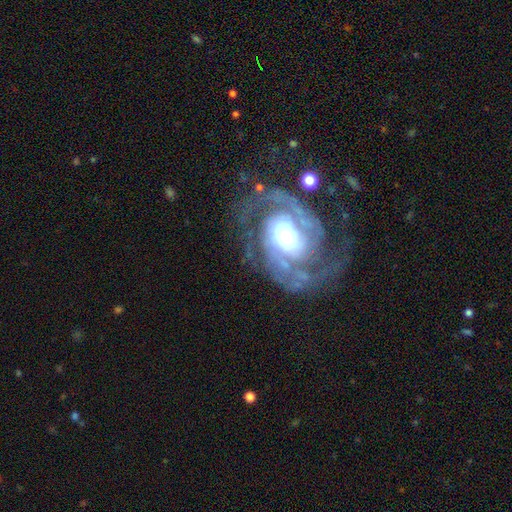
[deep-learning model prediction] smooth-or-featured: featured or disk: 90% | star or artifact: 5% | smooth: 5%
  disk-edge-on: no: 98% | yes: 2%
    bar: no: 52% | weak: 32% | strong: 16%
    has-spiral-arms: yes: 97% | no: 3%
      spiral-winding: tight: 56% | medium: 37% | loose: 7%
      spiral-arm-count: 2: 71% | 3: 9% | can't tell: 8% | 1: 4% | 4: 4% | more than 4: 4%
    bulge-size: large: 43% | moderate: 32% | small: 15% | dominant: 6% | none: 4%
  merging: none: 72% | minor disturbance: 16% | major disturbance: 10% | merger: 2%